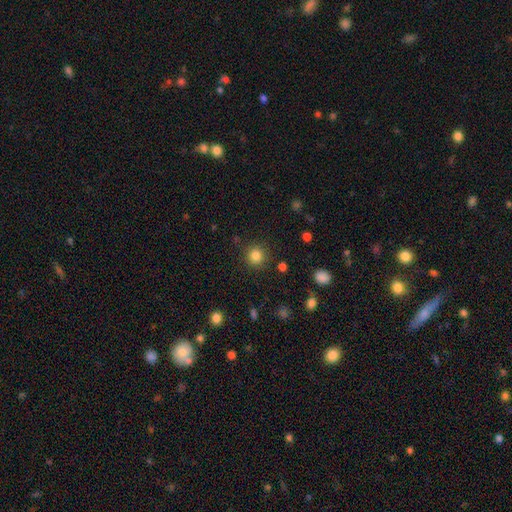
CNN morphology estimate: Smooth or featured? Predicted: smooth (p=0.83). How rounded? Predicted: round (p=0.93). Merging? Predicted: none (p=0.88).